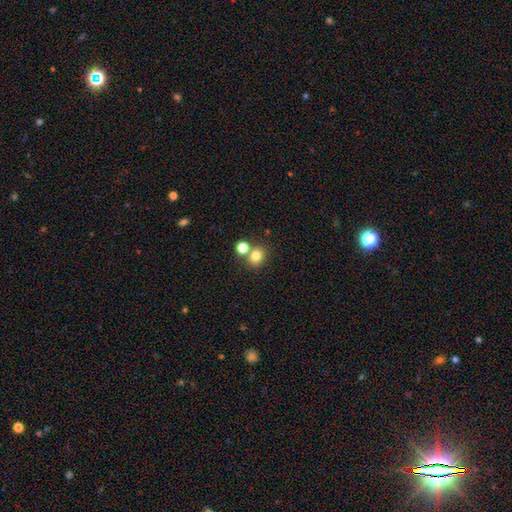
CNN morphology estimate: Overall: smooth (78%). How rounded: round (73%). Merging: none (64%; merger 24%).